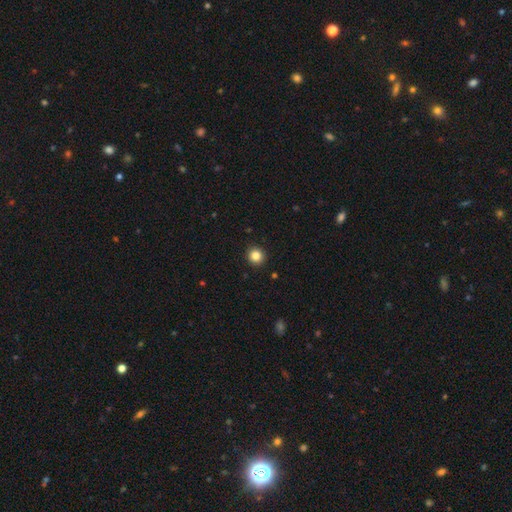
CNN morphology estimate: A smooth galaxy with no disk features (84%) that is round (93%). Merging: none (93%).